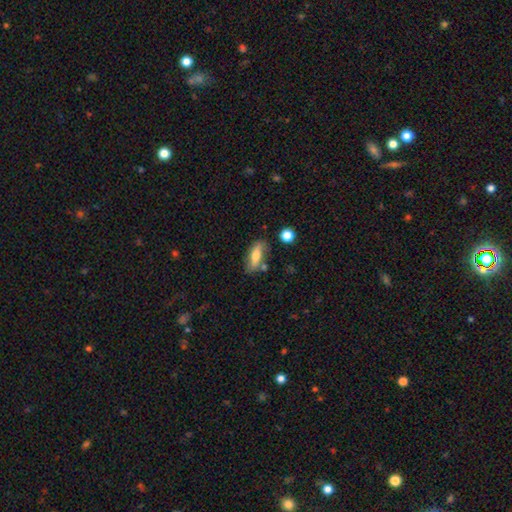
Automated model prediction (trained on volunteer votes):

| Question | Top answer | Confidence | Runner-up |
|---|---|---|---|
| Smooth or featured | smooth | 62% | featured or disk (30%) |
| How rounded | in between | 65% | cigar-shaped (30%) |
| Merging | none | 72% | minor disturbance (17%) |